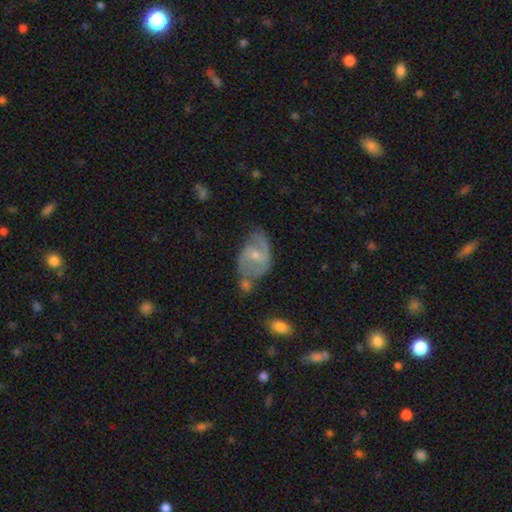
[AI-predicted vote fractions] Smooth or featured? Predicted: featured or disk (p=0.75). Edge-on disk? Predicted: no (p=0.97). Bar? Predicted: weak (p=0.46). Spiral arms? Predicted: yes (p=0.87). Spiral winding? Predicted: medium (p=0.48). Spiral arm count? Predicted: 2 (p=0.75). Bulge size? Predicted: small (p=0.54). Merging? Predicted: none (p=0.47).